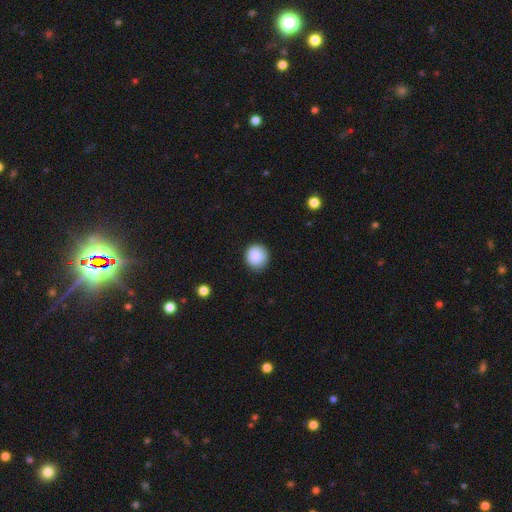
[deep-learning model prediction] Overall: smooth (89%). How rounded: round (93%). Merging: none (87%).